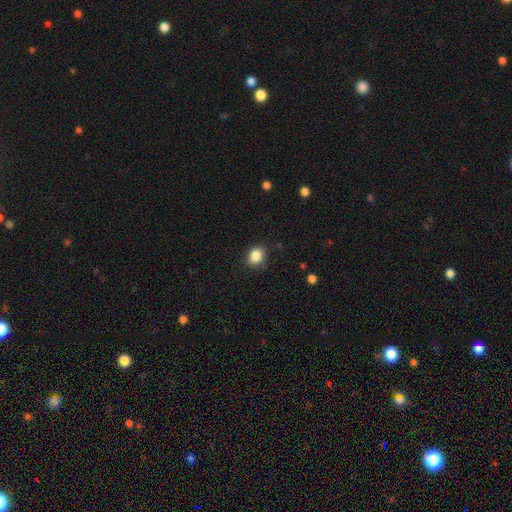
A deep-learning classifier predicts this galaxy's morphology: Smooth or featured? smooth (86%)
How rounded? round (54%)
Merging? none (86%)